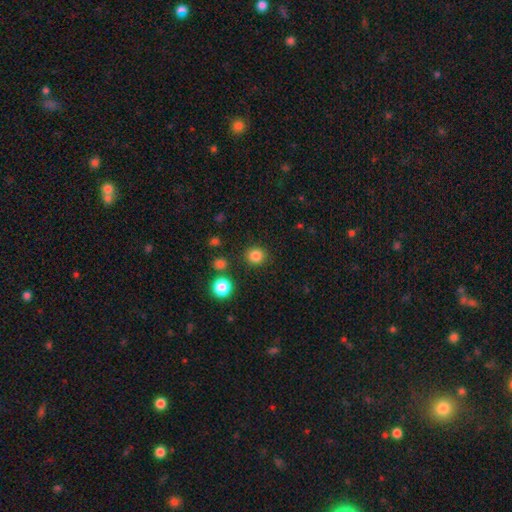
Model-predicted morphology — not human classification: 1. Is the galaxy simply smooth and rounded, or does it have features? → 83% smooth, 13% star or artifact, 4% featured or disk.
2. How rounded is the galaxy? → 92% round, 7% in between, 1% cigar-shaped.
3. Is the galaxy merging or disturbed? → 88% none, 6% minor disturbance, 3% merger, 3% major disturbance.